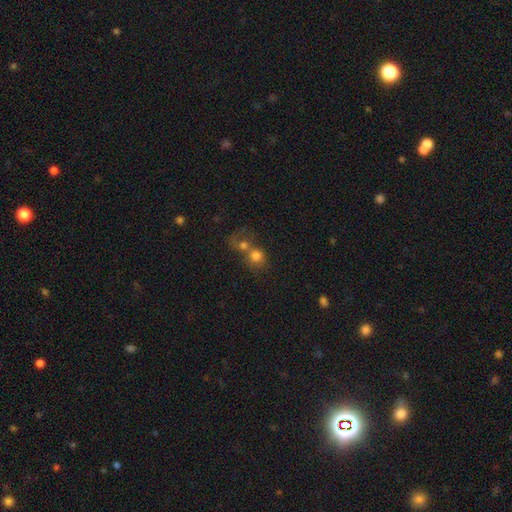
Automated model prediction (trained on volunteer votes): A smooth galaxy with no disk features (74%) that is round (78%).

Vote fractions:
- Smooth or featured? smooth: 74% / featured or disk: 15% / star or artifact: 11%
- How rounded? round: 78% / in between: 21% / cigar-shaped: 1%
- Merging? merger: 66% / none: 23% / minor disturbance: 6% / major disturbance: 5%